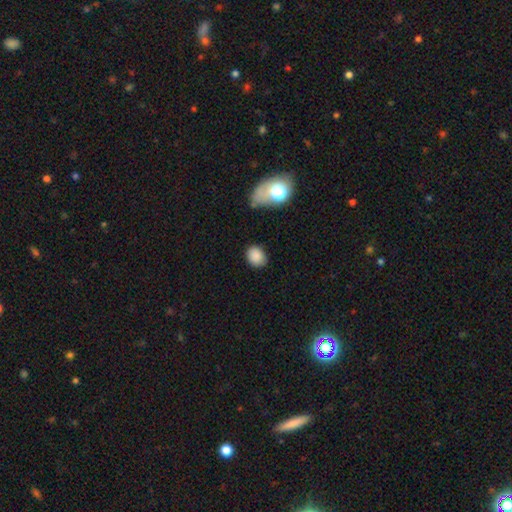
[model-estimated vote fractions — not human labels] Smooth or featured? smooth (86%)
How rounded? in between (51%)
Merging? none (77%)